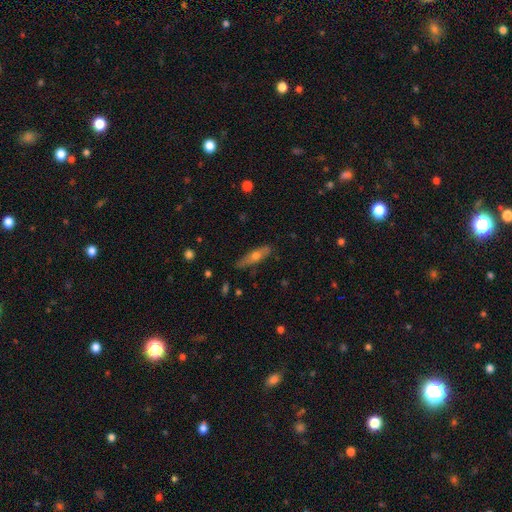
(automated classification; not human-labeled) Overall: smooth (49%; featured or disk 45%). Merging: none (80%).